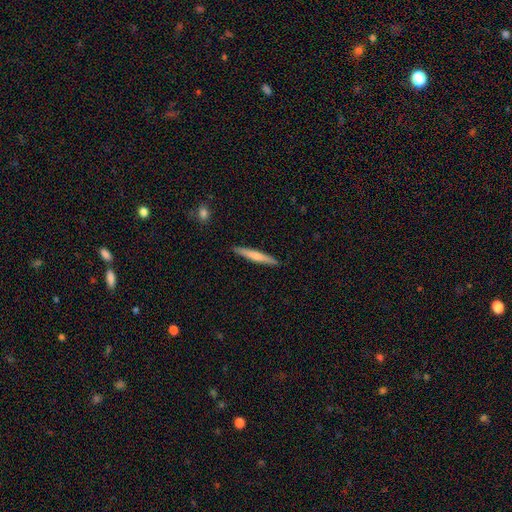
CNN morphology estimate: Q: Smooth or featured?
A: smooth (63%); runner-up: featured or disk (32%)
Q: How rounded?
A: cigar-shaped (95%); runner-up: in between (4%)
Q: Merging?
A: none (91%); runner-up: minor disturbance (7%)